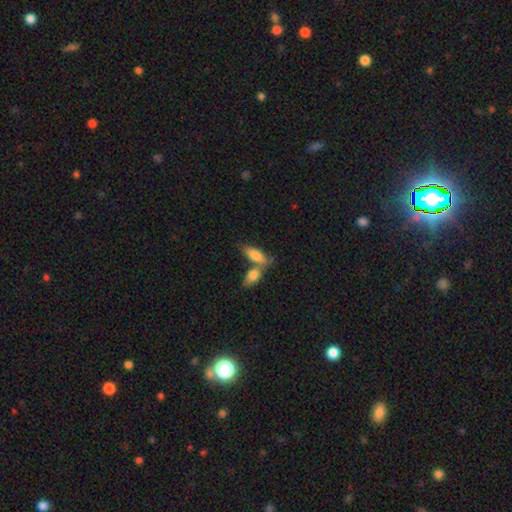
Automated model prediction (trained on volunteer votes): A smooth galaxy with no disk features (77%) that is in between round and cigar-shaped (74%). Merging: merger (49%).